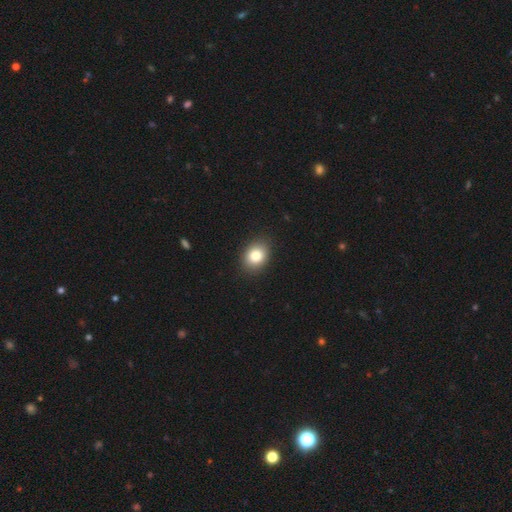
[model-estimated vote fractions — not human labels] Smooth or featured? Predicted: smooth (p=0.83). How rounded? Predicted: in between (p=0.55). Merging? Predicted: none (p=0.88).